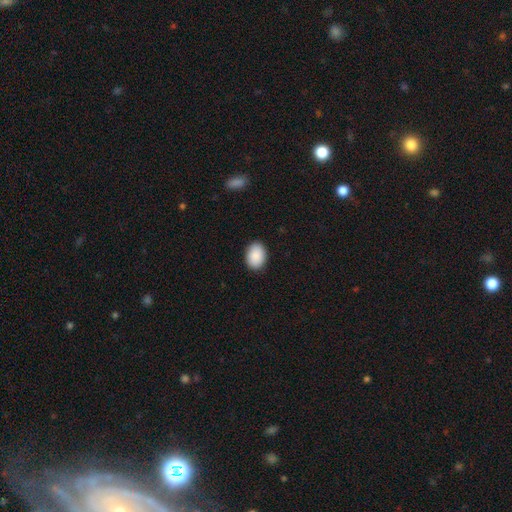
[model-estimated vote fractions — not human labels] A smooth galaxy with no disk features (91%) that is in between round and cigar-shaped (80%). Merging: none (89%).